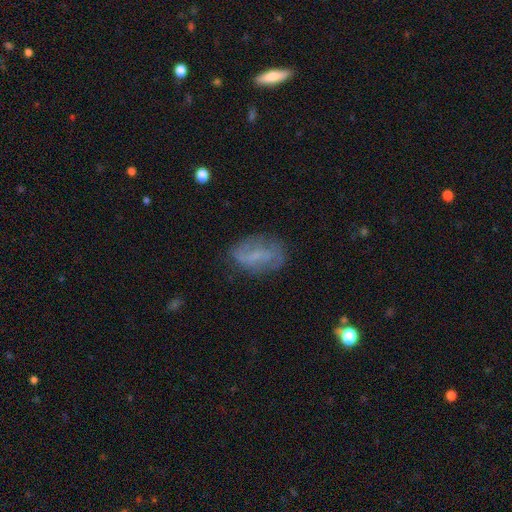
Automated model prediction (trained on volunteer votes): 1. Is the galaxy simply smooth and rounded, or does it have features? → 52% featured or disk, 39% smooth, 10% star or artifact.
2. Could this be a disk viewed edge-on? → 94% no, 6% yes.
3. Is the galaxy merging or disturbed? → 66% none, 22% minor disturbance, 10% major disturbance, 2% merger.